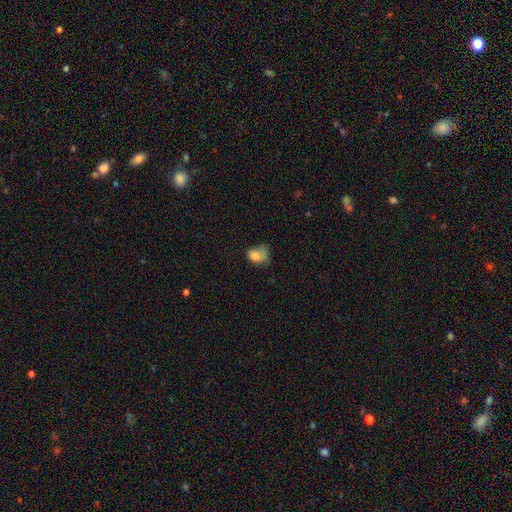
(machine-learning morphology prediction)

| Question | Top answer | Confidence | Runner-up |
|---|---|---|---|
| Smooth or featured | smooth | 76% | featured or disk (13%) |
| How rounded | in between | 65% | round (34%) |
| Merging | major disturbance | 36% | minor disturbance (33%) |